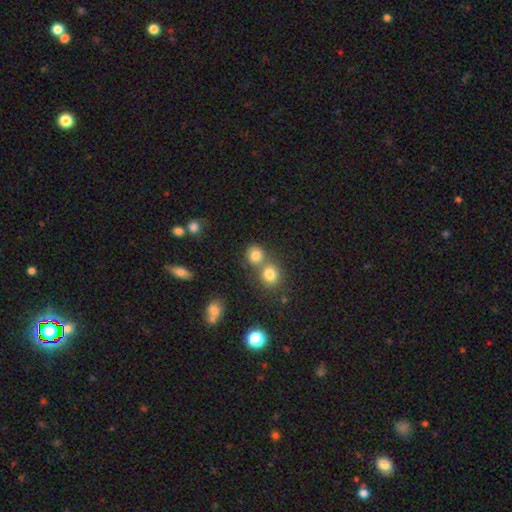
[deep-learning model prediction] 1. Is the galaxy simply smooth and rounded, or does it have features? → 79% smooth, 14% star or artifact, 7% featured or disk.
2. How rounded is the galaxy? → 83% round, 16% in between, 1% cigar-shaped.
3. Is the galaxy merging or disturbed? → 52% none, 38% merger, 7% minor disturbance, 3% major disturbance.